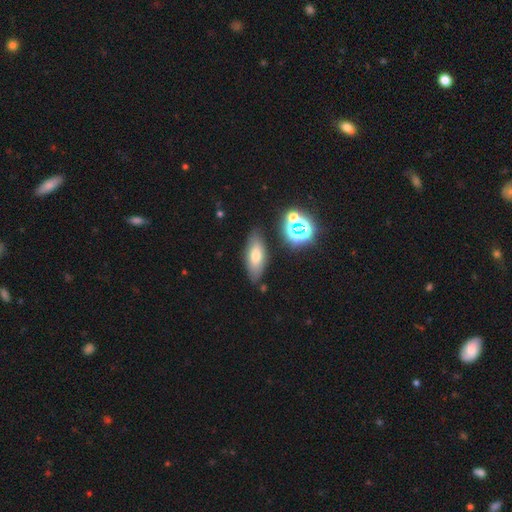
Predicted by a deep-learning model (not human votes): Smooth or featured? smooth (65%)
How rounded? in between (73%)
Merging? none (80%)